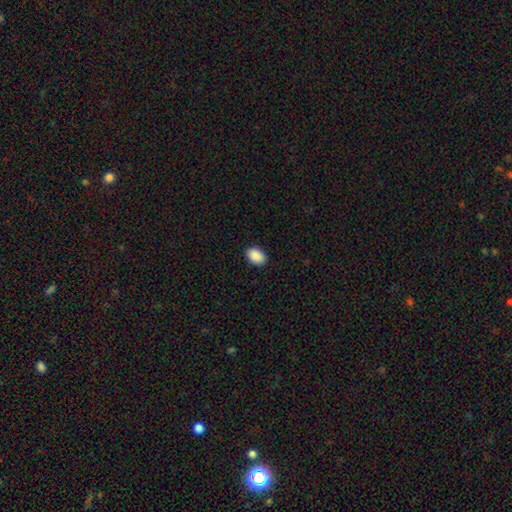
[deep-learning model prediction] Smooth or featured?
  - smooth: 91% *
  - star or artifact: 7%
  - featured or disk: 2%
How rounded?
  - in between: 85% *
  - round: 14%
  - cigar-shaped: 1%
Merging?
  - none: 90% *
  - minor disturbance: 7%
  - major disturbance: 2%
  - merger: 1%